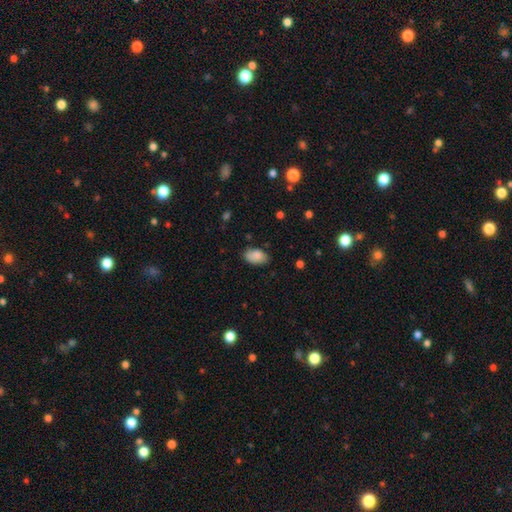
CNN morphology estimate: smooth 86%, star or artifact 7%, featured or disk 7%. Down the decision tree: how rounded — in between (92%); merging — none (76%).